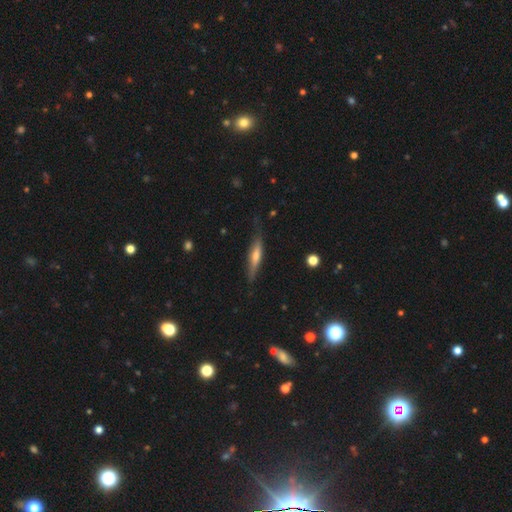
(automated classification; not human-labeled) Smooth or featured? featured or disk (50%)
Merging? none (74%)